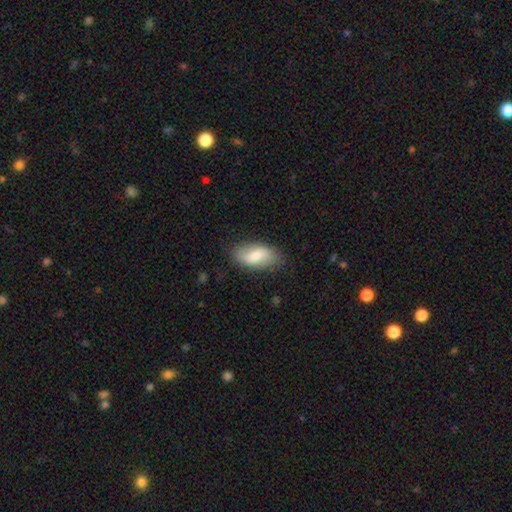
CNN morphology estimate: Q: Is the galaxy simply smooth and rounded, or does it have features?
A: smooth — 71%.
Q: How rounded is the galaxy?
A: in between — 92%.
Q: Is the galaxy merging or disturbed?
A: none — 79%.